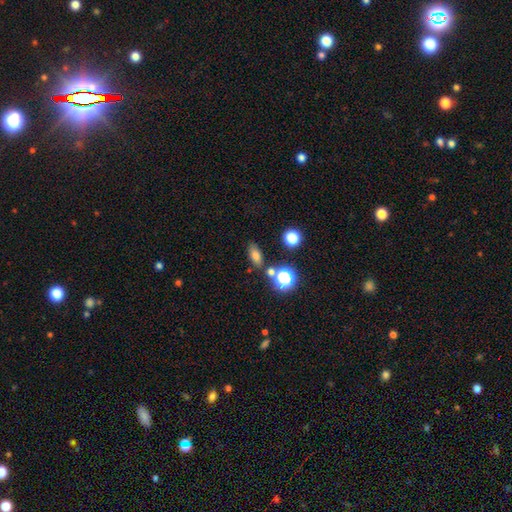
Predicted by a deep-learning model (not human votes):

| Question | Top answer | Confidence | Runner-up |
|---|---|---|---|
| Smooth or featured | smooth | 69% | star or artifact (19%) |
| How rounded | in between | 70% | round (18%) |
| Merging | none | 76% | minor disturbance (11%) |